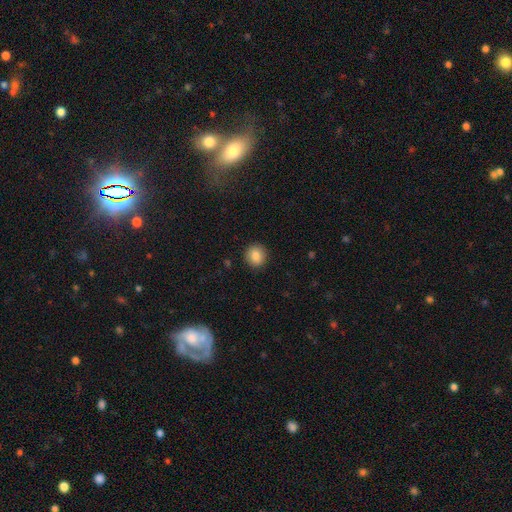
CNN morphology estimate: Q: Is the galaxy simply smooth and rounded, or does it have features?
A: smooth — 86%.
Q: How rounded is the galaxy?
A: round — 87%.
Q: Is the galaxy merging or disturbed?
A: none — 91%.